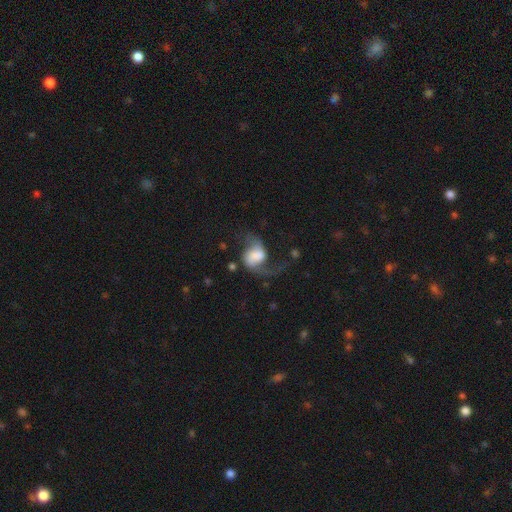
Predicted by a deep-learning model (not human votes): featured or disk 67%, smooth 25%, star or artifact 8%. Down the decision tree: edge-on disk — no (97%); bar — no (52%); spiral arms — yes (90%); spiral arm count — 2 (77%); spiral winding — loose (78%); bulge size — large (32%); merging — none (40%).